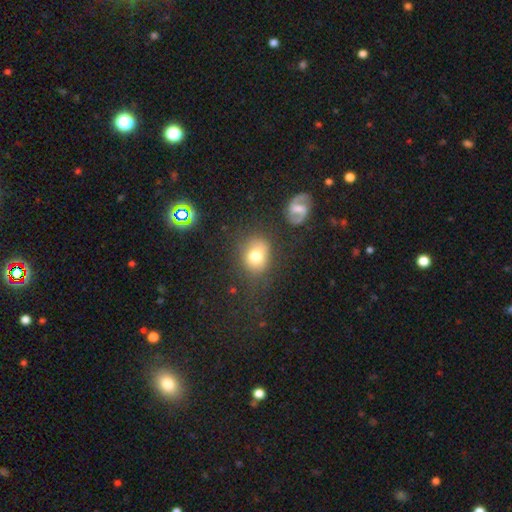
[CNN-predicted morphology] smooth_or_featured: smooth (p=0.75) [alt: featured or disk p=0.14]
how_rounded: round (p=0.61) [alt: in between p=0.38]
merging: none (p=0.69) [alt: minor disturbance p=0.18]